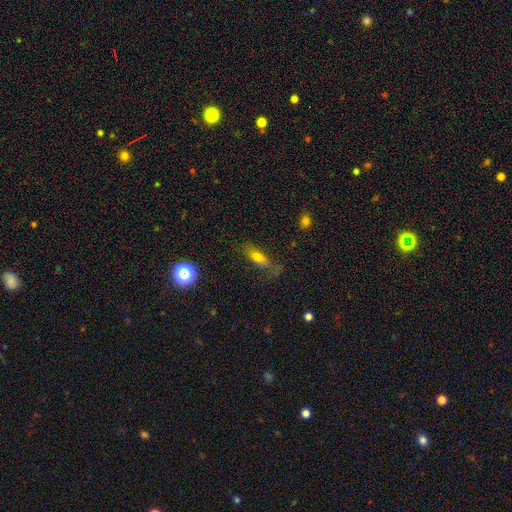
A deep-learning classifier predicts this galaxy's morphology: smooth_or_featured: smooth (p=0.46) [alt: featured or disk p=0.33]
merging: none (p=0.64) [alt: minor disturbance p=0.21]